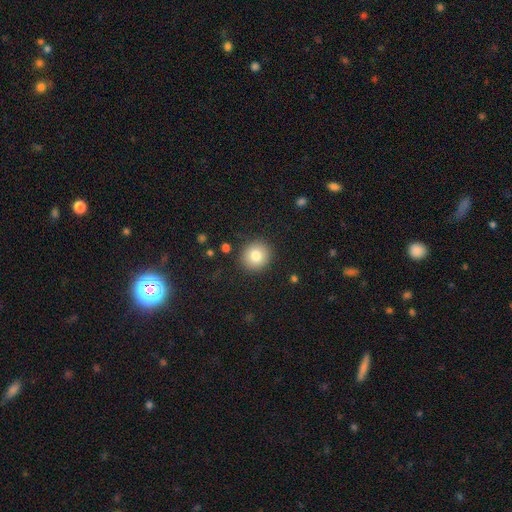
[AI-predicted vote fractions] Smooth or featured? Predicted: smooth (p=0.81). How rounded? Predicted: round (p=0.90). Merging? Predicted: none (p=0.90).